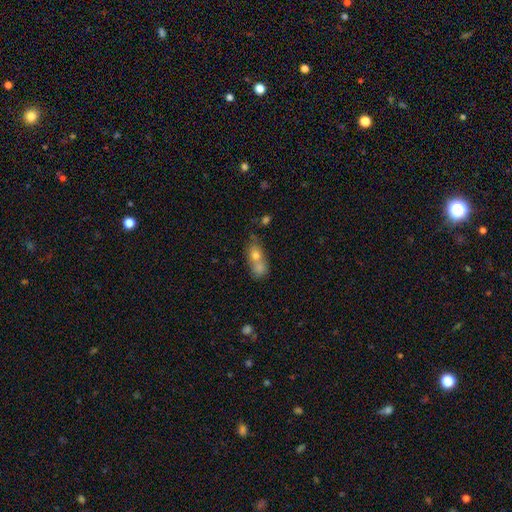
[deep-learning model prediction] A smooth galaxy with no disk features (67%) that is in between round and cigar-shaped (59%).

Vote fractions:
- Smooth or featured? smooth: 67% / featured or disk: 22% / star or artifact: 11%
- How rounded? in between: 59% / round: 31% / cigar-shaped: 10%
- Merging? merger: 61% / none: 24% / minor disturbance: 9% / major disturbance: 5%